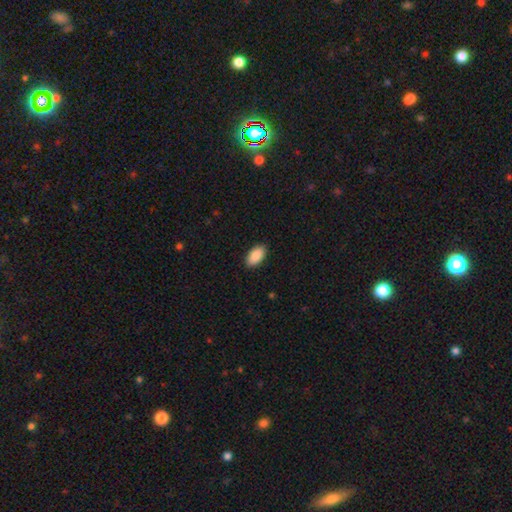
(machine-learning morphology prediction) Smooth or featured? smooth (90%)
How rounded? in between (95%)
Merging? none (90%)